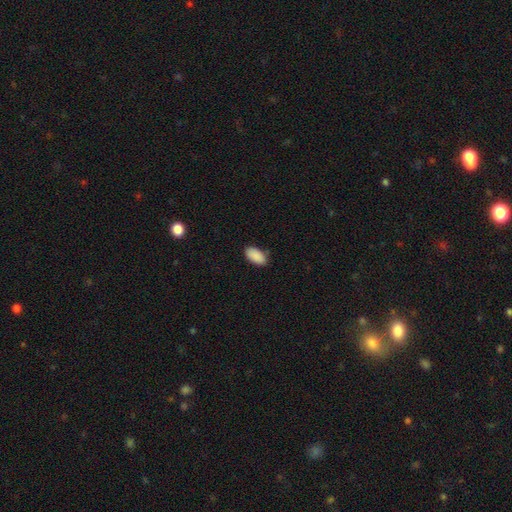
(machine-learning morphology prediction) Smooth or featured: smooth — 90% (star or artifact — 7%)
How rounded: in between — 95% (round — 3%)
Merging: none — 84% (minor disturbance — 12%)